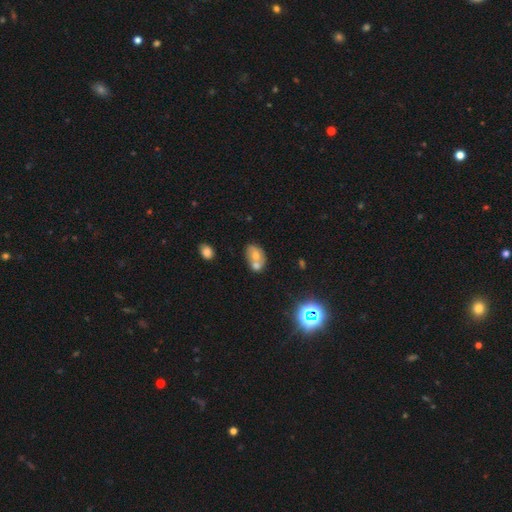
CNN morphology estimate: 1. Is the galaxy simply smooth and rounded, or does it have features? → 57% smooth, 31% featured or disk, 12% star or artifact.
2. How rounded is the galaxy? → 75% in between, 23% round, 2% cigar-shaped.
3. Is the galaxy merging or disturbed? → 58% merger, 27% none, 11% minor disturbance, 5% major disturbance.